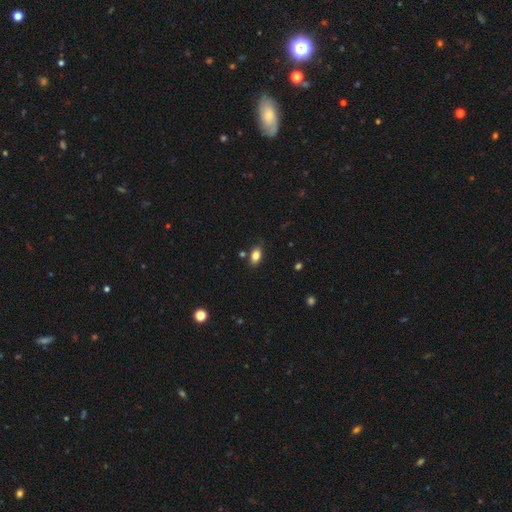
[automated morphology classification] Q: Smooth or featured?
A: smooth (82%); runner-up: star or artifact (9%)
Q: How rounded?
A: in between (88%); runner-up: round (8%)
Q: Merging?
A: none (78%); runner-up: minor disturbance (15%)